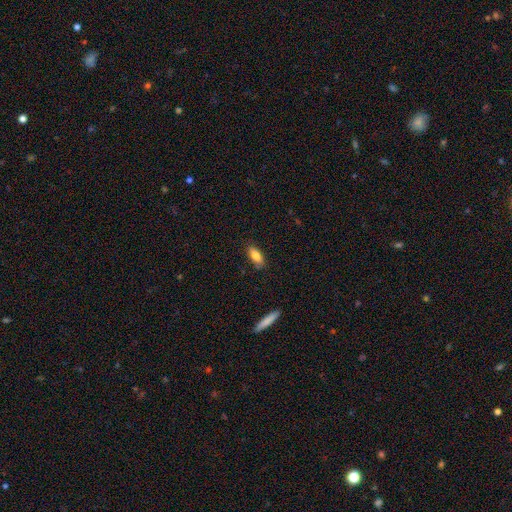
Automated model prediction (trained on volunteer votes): Smooth or featured?
  - smooth: 81% *
  - featured or disk: 12%
  - star or artifact: 7%
How rounded?
  - in between: 74% *
  - cigar-shaped: 24%
  - round: 2%
Merging?
  - none: 84% *
  - minor disturbance: 12%
  - major disturbance: 2%
  - merger: 1%